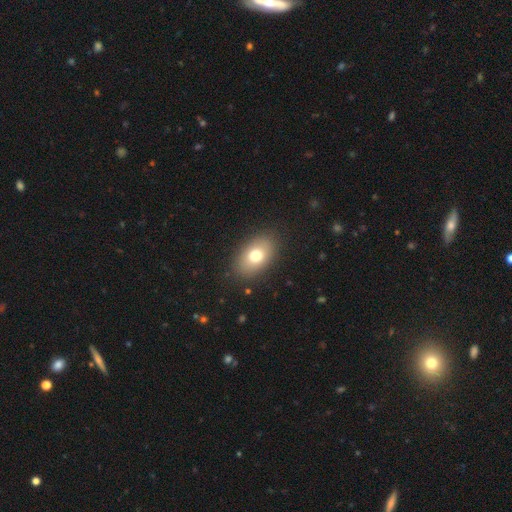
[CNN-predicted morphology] Smooth or featured: smooth — 74% (featured or disk — 17%)
How rounded: in between — 86% (round — 12%)
Merging: none — 87% (minor disturbance — 9%)